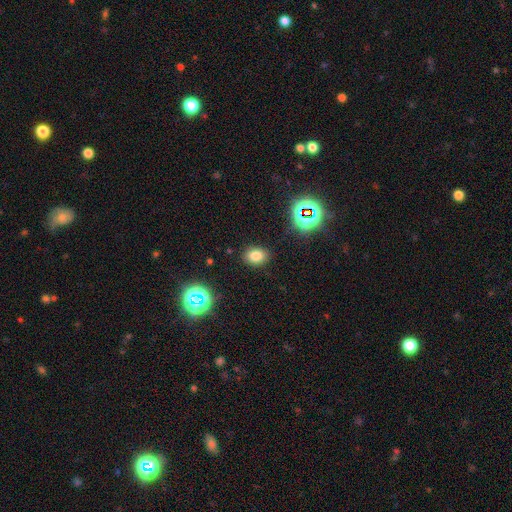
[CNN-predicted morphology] smooth_or_featured: smooth (p=0.76) [alt: star or artifact p=0.17]
how_rounded: in between (p=0.70) [alt: round p=0.29]
merging: none (p=0.86) [alt: minor disturbance p=0.09]